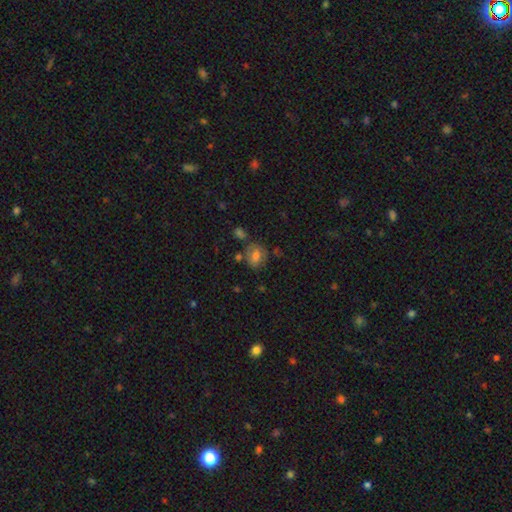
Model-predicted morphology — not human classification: A smooth galaxy with no disk features (64%) that is round (52%).

Vote fractions:
- Smooth or featured? smooth: 64% / featured or disk: 25% / star or artifact: 11%
- How rounded? round: 52% / in between: 47% / cigar-shaped: 1%
- Merging? none: 62% / minor disturbance: 21% / merger: 9% / major disturbance: 8%